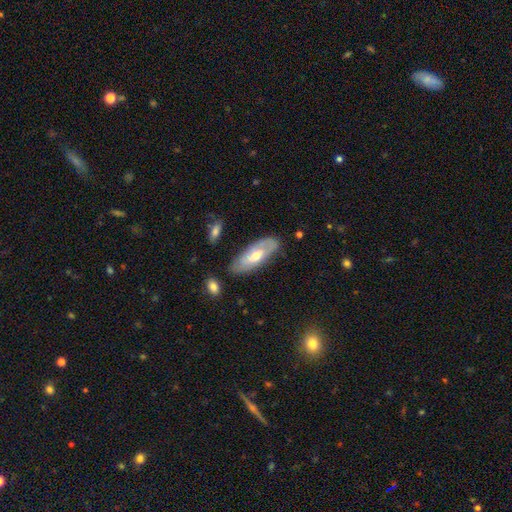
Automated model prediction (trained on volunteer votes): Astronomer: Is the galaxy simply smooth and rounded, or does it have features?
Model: featured or disk — 47%, tied with smooth at 47%.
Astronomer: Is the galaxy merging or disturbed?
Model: none — 77%.